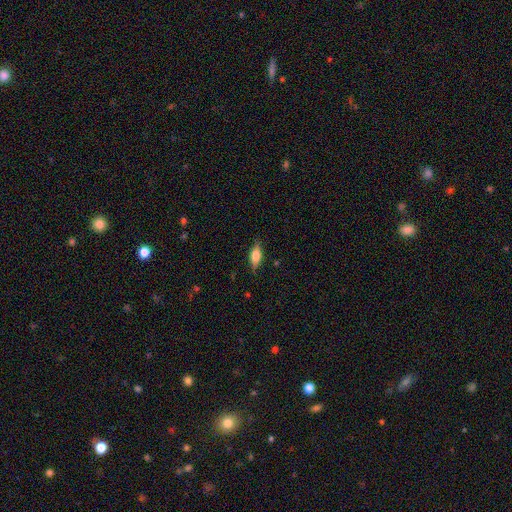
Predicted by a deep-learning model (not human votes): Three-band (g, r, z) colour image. It shows a smooth galaxy with no disk features (59%) that is in between round and cigar-shaped (71%). Merging: none (81%).